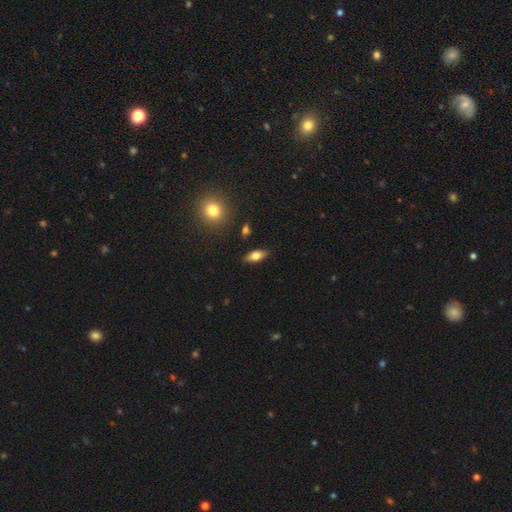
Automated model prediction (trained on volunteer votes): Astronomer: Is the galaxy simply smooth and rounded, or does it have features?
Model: smooth — 64%.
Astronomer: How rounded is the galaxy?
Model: in between — 80%.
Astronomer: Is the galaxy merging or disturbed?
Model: none — 86%.